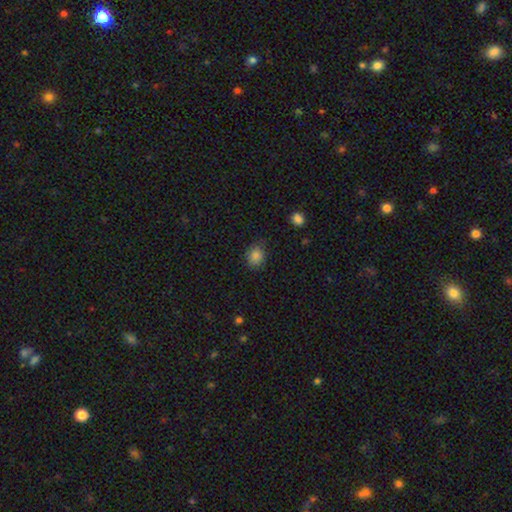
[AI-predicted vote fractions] smooth 85%, star or artifact 11%, featured or disk 4%. Down the decision tree: how rounded — round (67%); merging — none (78%).